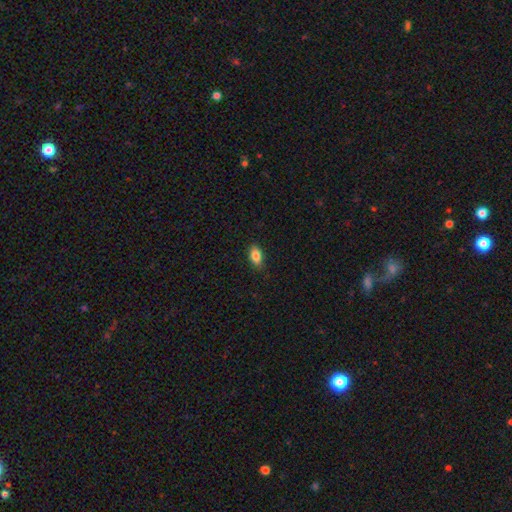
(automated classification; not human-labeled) Smooth or featured? Predicted: smooth (p=0.85). How rounded? Predicted: in between (p=0.89). Merging? Predicted: none (p=0.87).